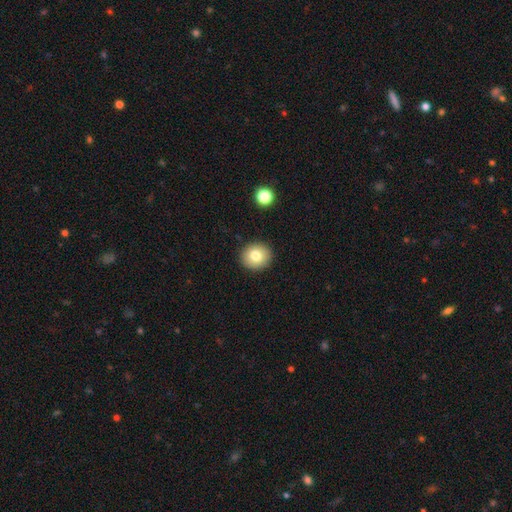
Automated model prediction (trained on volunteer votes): Smooth or featured? smooth (79%)
How rounded? round (84%)
Merging? none (91%)